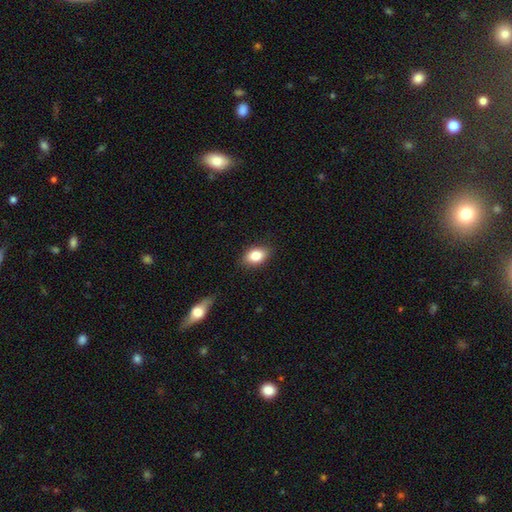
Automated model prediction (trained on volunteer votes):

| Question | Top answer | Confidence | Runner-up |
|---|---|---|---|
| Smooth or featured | smooth | 83% | featured or disk (9%) |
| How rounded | in between | 83% | round (15%) |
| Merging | none | 85% | minor disturbance (12%) |